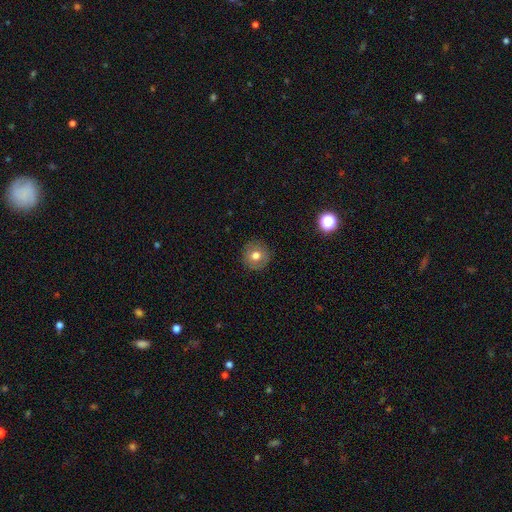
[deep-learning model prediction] smooth-or-featured: smooth: 73% | featured or disk: 17% | star or artifact: 10%
  how-rounded: round: 94% | in between: 5% | cigar-shaped: 1%
  merging: none: 91% | minor disturbance: 6% | major disturbance: 2% | merger: 1%